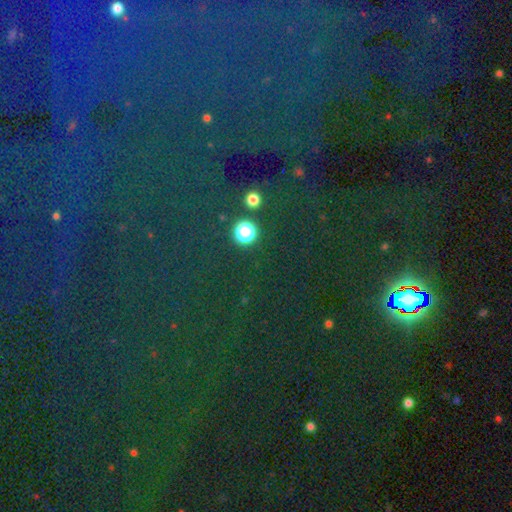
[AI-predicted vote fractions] smooth-or-featured: star or artifact: 83% | smooth: 10% | featured or disk: 7%